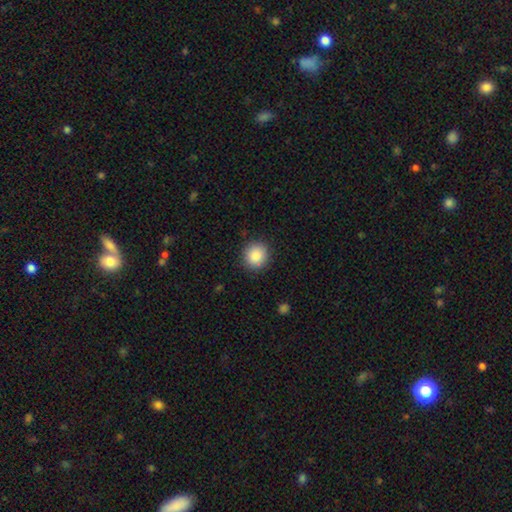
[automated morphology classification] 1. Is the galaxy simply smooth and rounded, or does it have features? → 87% smooth, 8% star or artifact, 5% featured or disk.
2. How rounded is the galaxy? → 88% round, 11% in between, 1% cigar-shaped.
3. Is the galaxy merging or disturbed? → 89% none, 8% minor disturbance, 2% major disturbance, 1% merger.